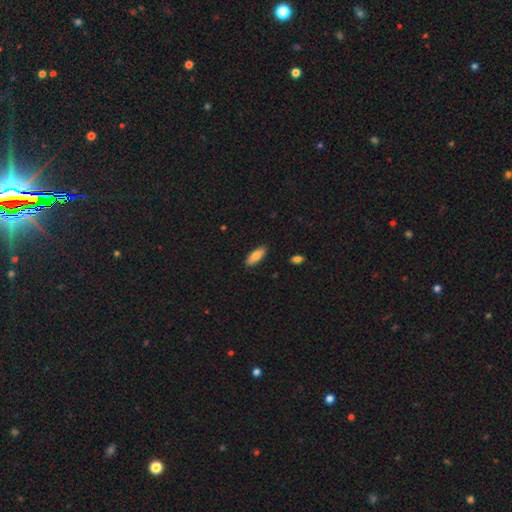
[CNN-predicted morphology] smooth_or_featured: smooth (p=0.81) [alt: featured or disk p=0.13]
how_rounded: in between (p=0.75) [alt: cigar-shaped p=0.23]
merging: none (p=0.88) [alt: minor disturbance p=0.09]